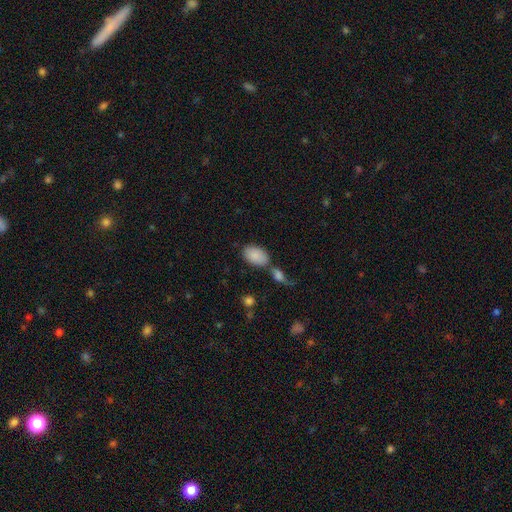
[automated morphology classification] smooth 87%, featured or disk 7%, star or artifact 6%. Down the decision tree: how rounded — in between (92%); merging — none (57%).